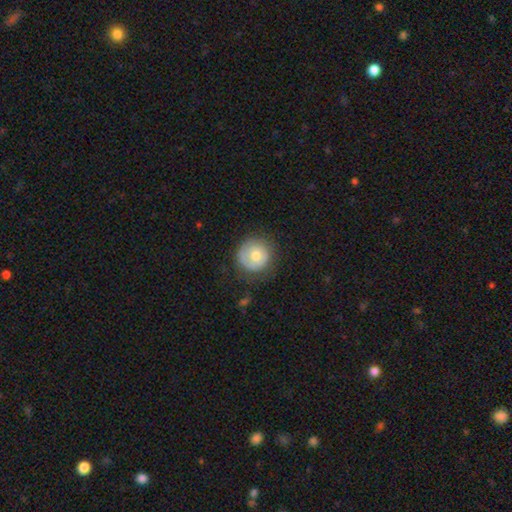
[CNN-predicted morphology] Overall: smooth (63%; featured or disk 30%). How rounded: round (93%). Merging: none (72%).